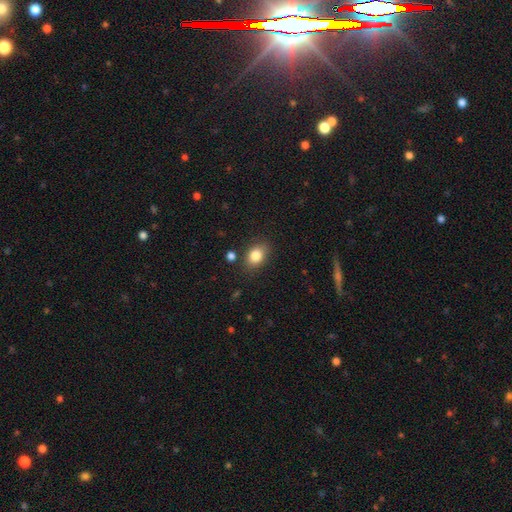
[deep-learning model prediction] A smooth galaxy with no disk features (83%) that is in between round and cigar-shaped (70%). Merging: none (81%).